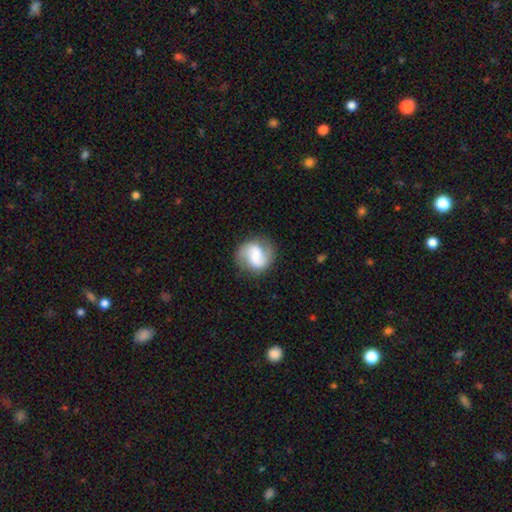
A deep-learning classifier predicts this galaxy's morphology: This is likely a featured or disk galaxy (69%). It is clearly not viewed edge-on (98%). Bar: possibly weak (49%). Spiral arm pattern: clearly yes (92%). Spiral arm count: clearly 2 (89%). Spiral winding: possibly medium (46%). Central bulge: possibly small (46%). Merging: likely none (79%).